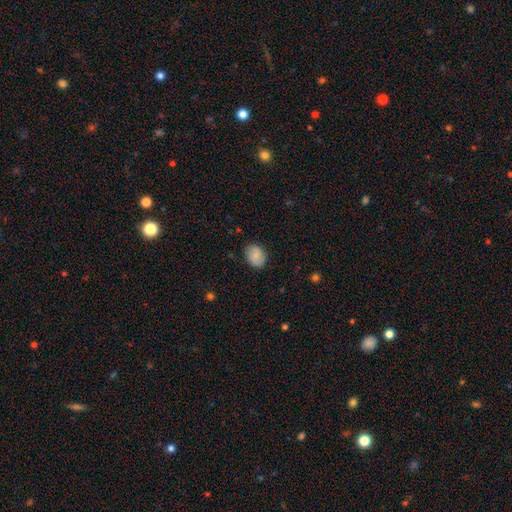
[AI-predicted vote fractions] smooth-or-featured: smooth: 74% | featured or disk: 18% | star or artifact: 7%
  how-rounded: in between: 63% | round: 36% | cigar-shaped: 1%
  merging: none: 83% | minor disturbance: 13% | major disturbance: 3% | merger: 1%